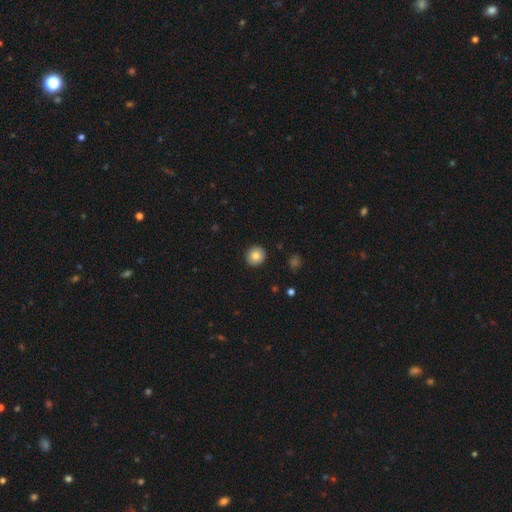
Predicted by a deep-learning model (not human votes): Q: Smooth or featured?
A: smooth (82%); runner-up: featured or disk (9%)
Q: How rounded?
A: round (93%); runner-up: in between (6%)
Q: Merging?
A: none (92%); runner-up: minor disturbance (5%)